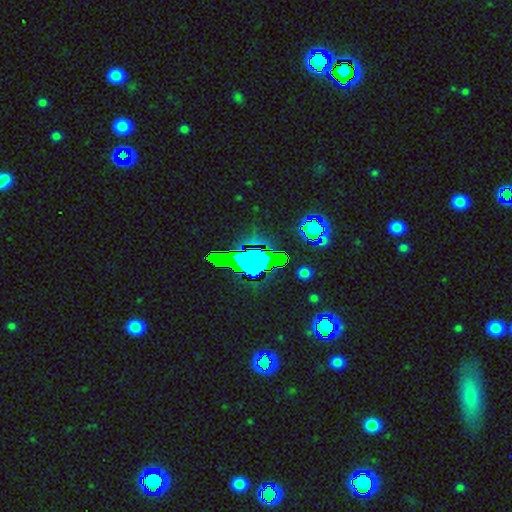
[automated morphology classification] A star or artifact, not a galaxy (69%).